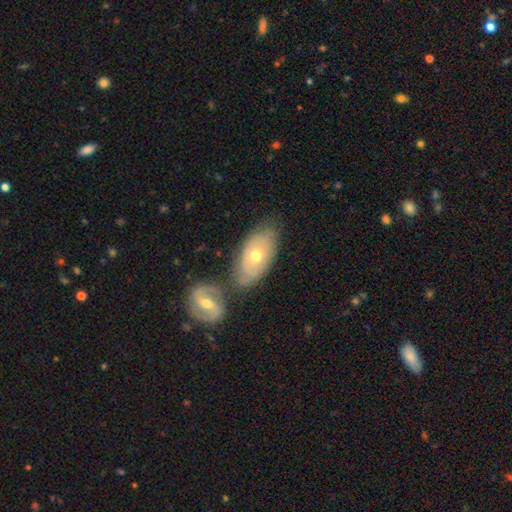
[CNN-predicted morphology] Q: Smooth or featured?
A: featured or disk (53%); runner-up: smooth (41%)
Q: Edge-on disk?
A: no (88%); runner-up: yes (12%)
Q: Merging?
A: none (50%); runner-up: merger (28%)